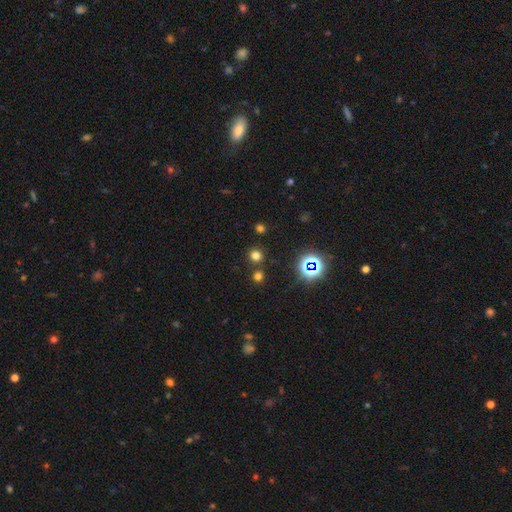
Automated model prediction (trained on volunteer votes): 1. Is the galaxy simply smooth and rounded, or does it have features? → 67% smooth, 28% star or artifact, 5% featured or disk.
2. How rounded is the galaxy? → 91% round, 8% in between, 1% cigar-shaped.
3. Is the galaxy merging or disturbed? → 80% none, 11% merger, 6% minor disturbance, 3% major disturbance.